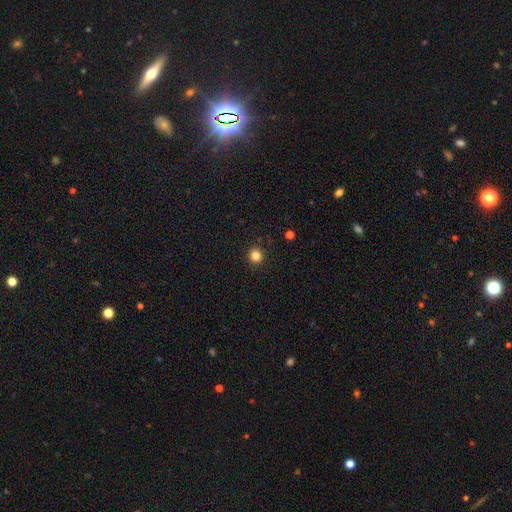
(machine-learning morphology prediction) A smooth galaxy with no disk features (83%) that is round (94%).

Vote fractions:
- Smooth or featured? smooth: 83% / star or artifact: 13% / featured or disk: 4%
- How rounded? round: 94% / in between: 5% / cigar-shaped: 1%
- Merging? none: 92% / minor disturbance: 5% / major disturbance: 2% / merger: 1%